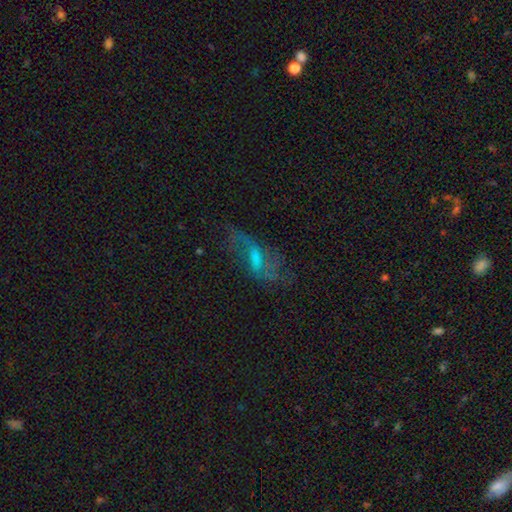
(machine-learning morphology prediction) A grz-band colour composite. It shows a featured or disk galaxy (58%) with a weak bar (47%), spiral arms (63%) and a small central bulge (36%). Merging: none (48%).